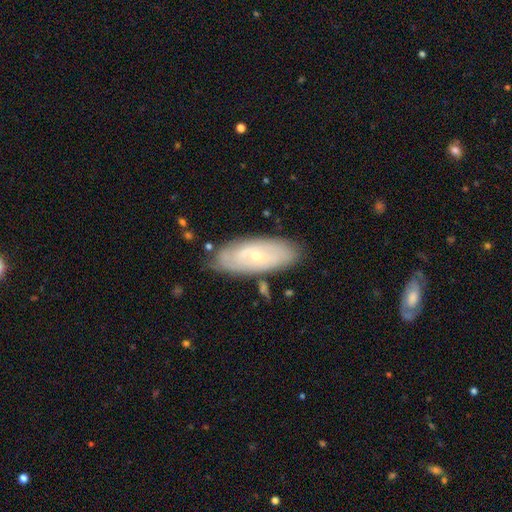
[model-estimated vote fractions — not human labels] This appears to be a featured or disk galaxy (65%) with no bar (66%), spiral arms (74%) and a small central bulge (70%). Merging: none (78%).